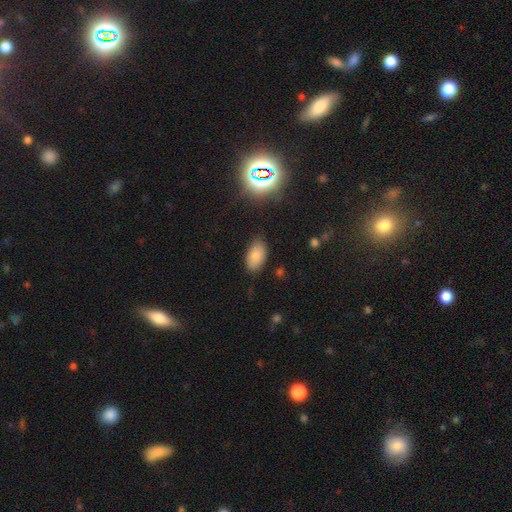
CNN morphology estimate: smooth 81%, star or artifact 10%, featured or disk 9%. Down the decision tree: how rounded — in between (94%); merging — none (82%).